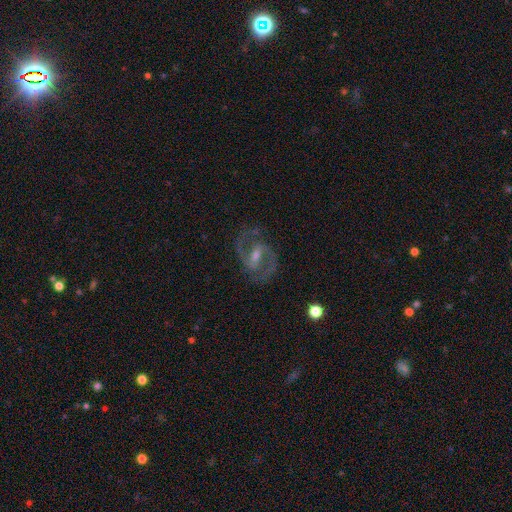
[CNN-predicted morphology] type=featured or disk (90%); edge-on=no (97%); bar=weak (47%); spiral arms=yes (97%); winding=medium (64%); arm count=2 (93%); bulge=small (46%); merging=none (81%).